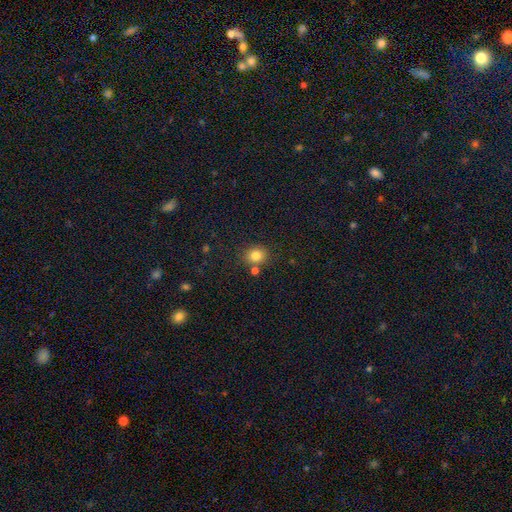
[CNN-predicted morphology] A smooth galaxy with no disk features (82%) that is round (72%).

Vote fractions:
- Smooth or featured? smooth: 82% / star or artifact: 12% / featured or disk: 7%
- How rounded? round: 72% / in between: 27% / cigar-shaped: 1%
- Merging? none: 75% / merger: 12% / minor disturbance: 10% / major disturbance: 3%